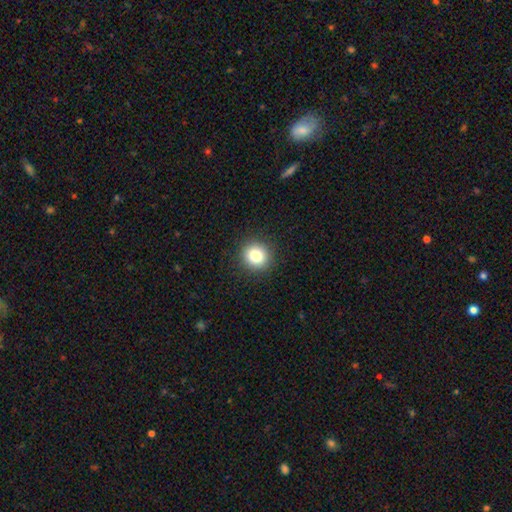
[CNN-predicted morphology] The model was most divided on "smooth or featured": smooth: 82%, star or artifact: 11%, featured or disk: 7%. More confident: merging — none (91%); how rounded — round (88%).